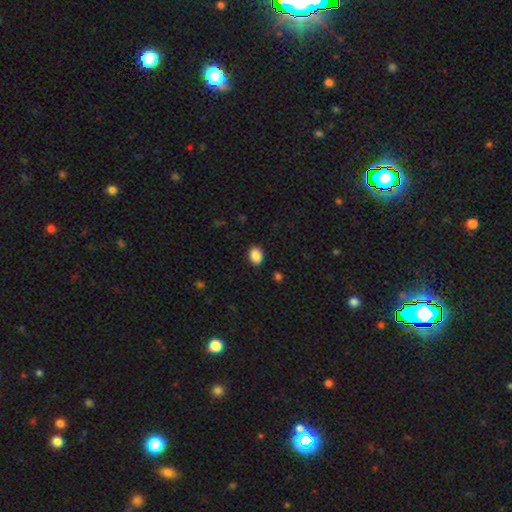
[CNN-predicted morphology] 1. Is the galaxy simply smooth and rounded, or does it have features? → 89% smooth, 8% star or artifact, 3% featured or disk.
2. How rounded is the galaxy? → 73% in between, 26% round, 1% cigar-shaped.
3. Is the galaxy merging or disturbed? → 89% none, 8% minor disturbance, 2% major disturbance, 1% merger.